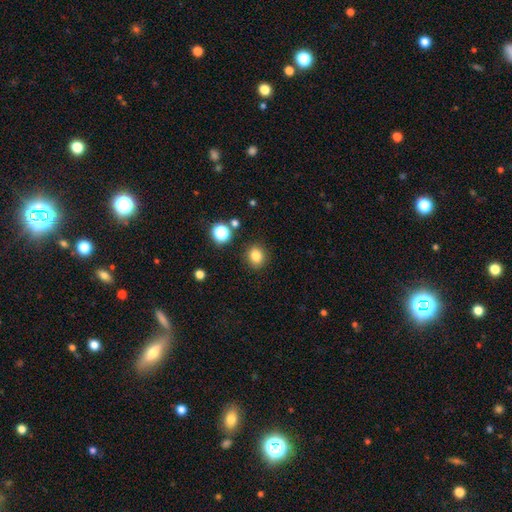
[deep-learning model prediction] A smooth galaxy with no disk features (81%) that is round (76%).

Vote fractions:
- Smooth or featured? smooth: 81% / star or artifact: 13% / featured or disk: 6%
- How rounded? round: 76% / in between: 23% / cigar-shaped: 1%
- Merging? none: 87% / minor disturbance: 8% / major disturbance: 2% / merger: 2%